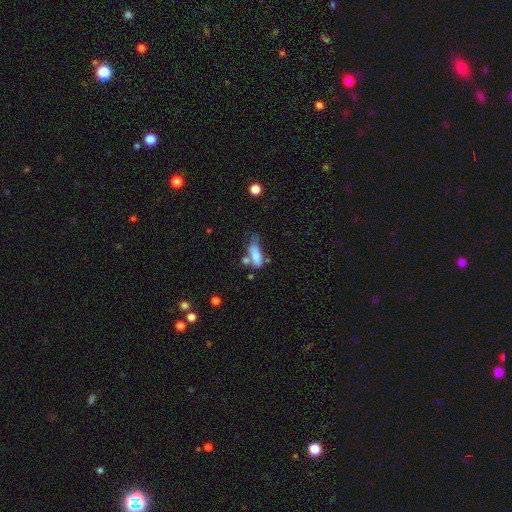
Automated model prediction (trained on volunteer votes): This is likely a smooth galaxy (71%). How rounded: likely in between (69%). Merging: marginally none (28%).